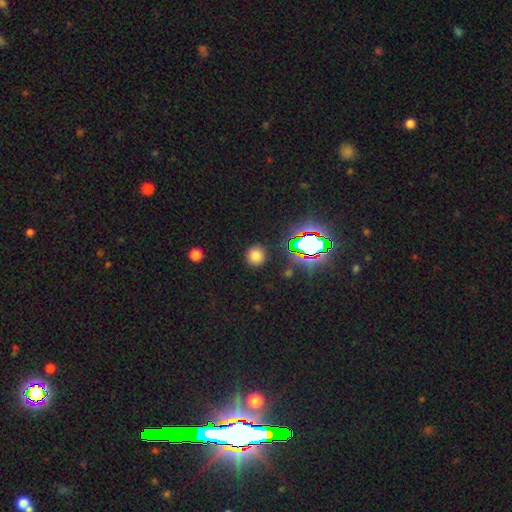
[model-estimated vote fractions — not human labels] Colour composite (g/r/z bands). It shows a smooth galaxy with no disk features (73%) that is round (93%). Merging: none (89%).